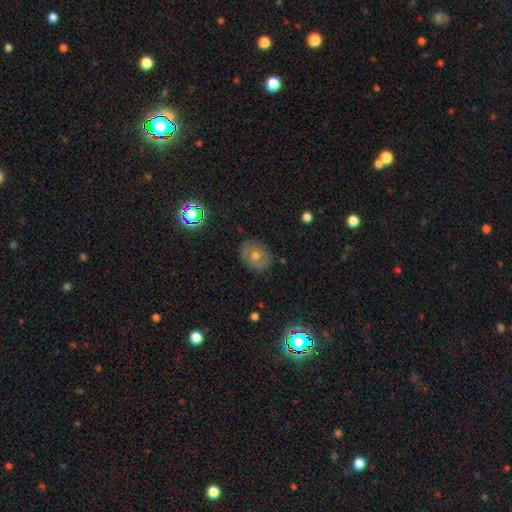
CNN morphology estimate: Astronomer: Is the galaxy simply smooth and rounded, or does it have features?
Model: smooth — 48% (runner-up: featured or disk, 33%).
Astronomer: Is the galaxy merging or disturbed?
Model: none — 83%.